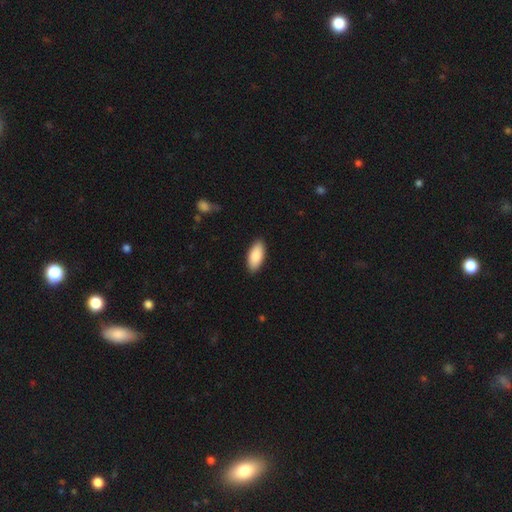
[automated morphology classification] Smooth or featured? Predicted: smooth (p=0.87). How rounded? Predicted: in between (p=0.90). Merging? Predicted: none (p=0.88).